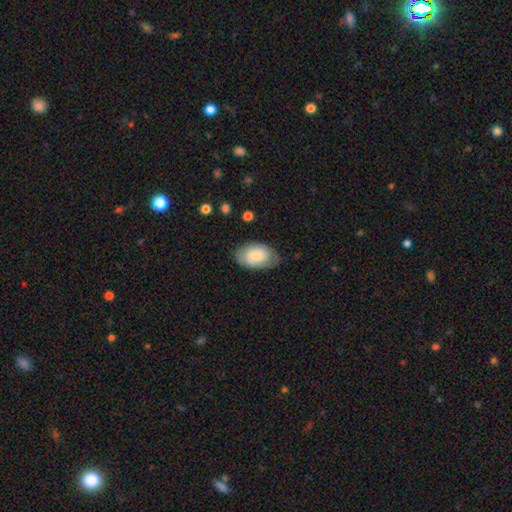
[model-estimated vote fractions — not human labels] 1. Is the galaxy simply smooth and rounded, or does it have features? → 67% smooth, 26% featured or disk, 7% star or artifact.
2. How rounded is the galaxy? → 90% in between, 9% round, 1% cigar-shaped.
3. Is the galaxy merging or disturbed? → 70% none, 22% minor disturbance, 6% major disturbance, 1% merger.